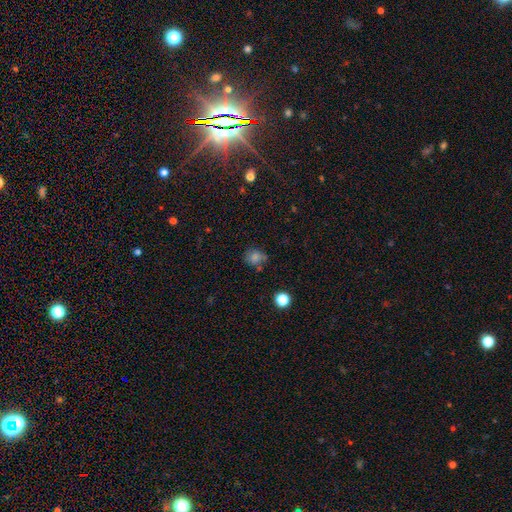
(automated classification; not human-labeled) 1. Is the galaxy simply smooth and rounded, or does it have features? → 58% smooth, 28% star or artifact, 13% featured or disk.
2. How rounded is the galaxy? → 71% round, 27% in between, 1% cigar-shaped.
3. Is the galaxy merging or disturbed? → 69% none, 19% minor disturbance, 7% major disturbance, 6% merger.